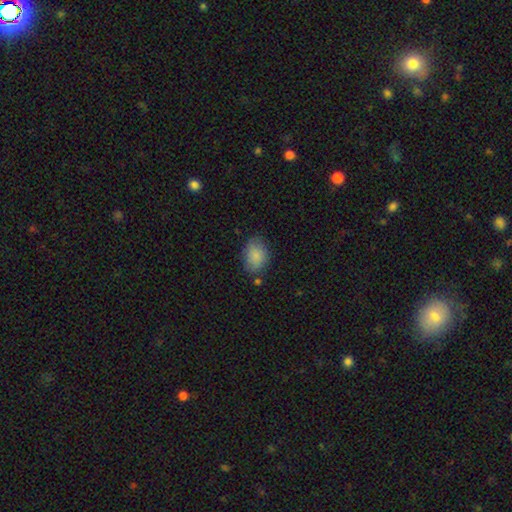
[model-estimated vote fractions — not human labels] A smooth galaxy with no disk features (84%) that is in between round and cigar-shaped (76%).

Vote fractions:
- Smooth or featured? smooth: 84% / featured or disk: 8% / star or artifact: 7%
- How rounded? in between: 76% / round: 23% / cigar-shaped: 1%
- Merging? none: 71% / minor disturbance: 21% / major disturbance: 5% / merger: 3%